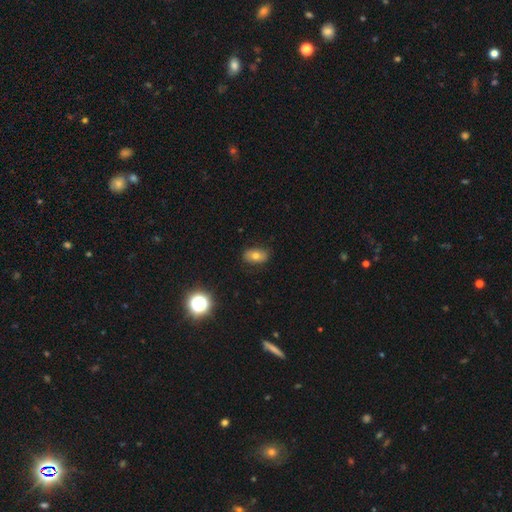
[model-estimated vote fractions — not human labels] Morphology: type=smooth (68%); roundness=in between (87%); merging=none (83%).